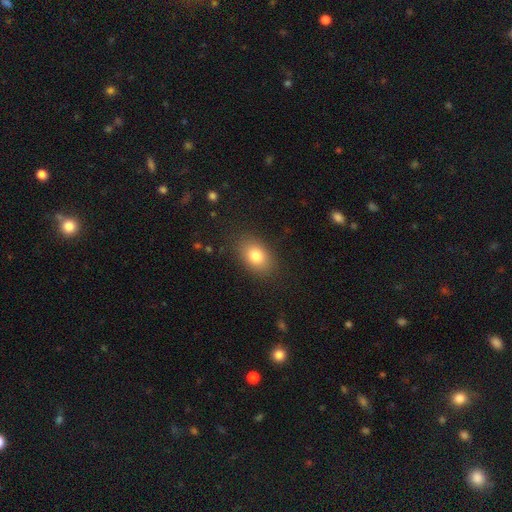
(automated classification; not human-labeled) Morphology: type=smooth (80%); roundness=in between (81%); merging=none (85%).